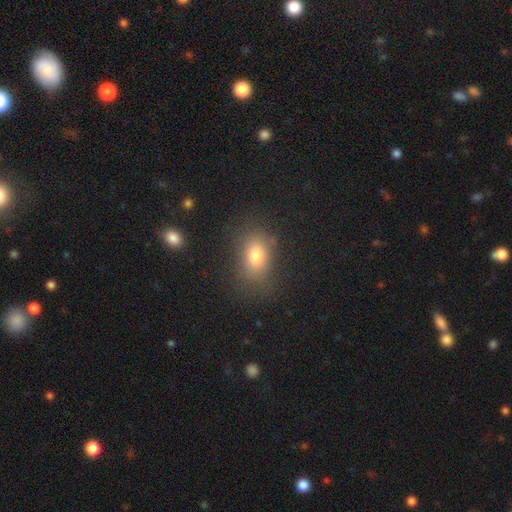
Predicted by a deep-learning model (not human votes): smooth_or_featured: smooth (p=0.76) [alt: star or artifact p=0.13]
how_rounded: in between (p=0.74) [alt: round p=0.24]
merging: none (p=0.71) [alt: minor disturbance p=0.18]